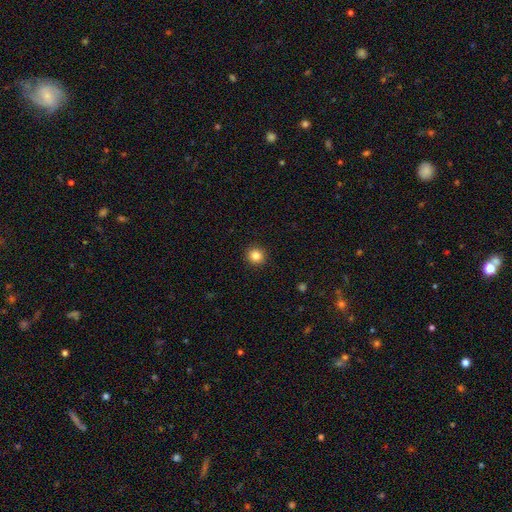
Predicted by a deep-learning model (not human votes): A smooth galaxy with no disk features (85%) that is round (93%).

Vote fractions:
- Smooth or featured? smooth: 85% / star or artifact: 11% / featured or disk: 4%
- How rounded? round: 93% / in between: 6% / cigar-shaped: 1%
- Merging? none: 92% / minor disturbance: 5% / major disturbance: 2% / merger: 1%